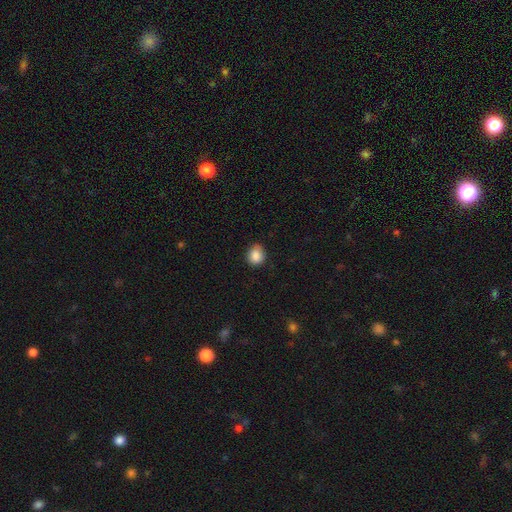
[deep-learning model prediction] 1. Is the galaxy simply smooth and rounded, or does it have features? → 87% smooth, 9% star or artifact, 4% featured or disk.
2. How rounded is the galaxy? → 69% round, 30% in between, 1% cigar-shaped.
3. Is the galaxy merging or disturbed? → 76% none, 20% minor disturbance, 3% major disturbance, 1% merger.